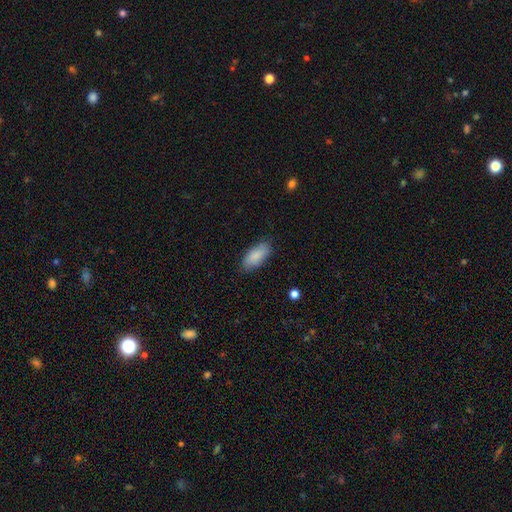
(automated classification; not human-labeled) smooth_or_featured: smooth (p=0.87) [alt: featured or disk p=0.07]
how_rounded: in between (p=0.87) [alt: cigar-shaped p=0.12]
merging: none (p=0.81) [alt: minor disturbance p=0.15]